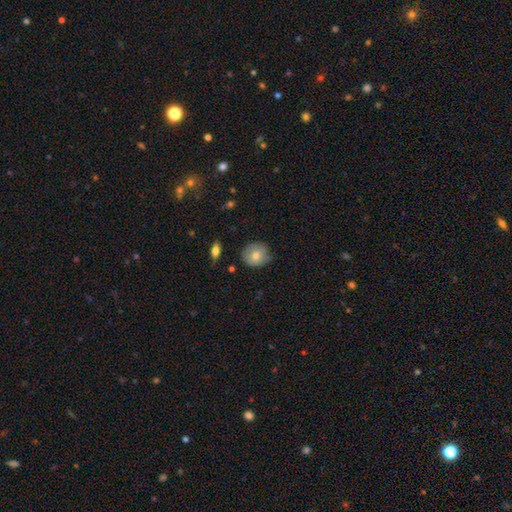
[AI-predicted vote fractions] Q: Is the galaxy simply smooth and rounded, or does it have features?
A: smooth — 69%.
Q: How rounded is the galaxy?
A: round — 80%.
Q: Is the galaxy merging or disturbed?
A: none — 72%.